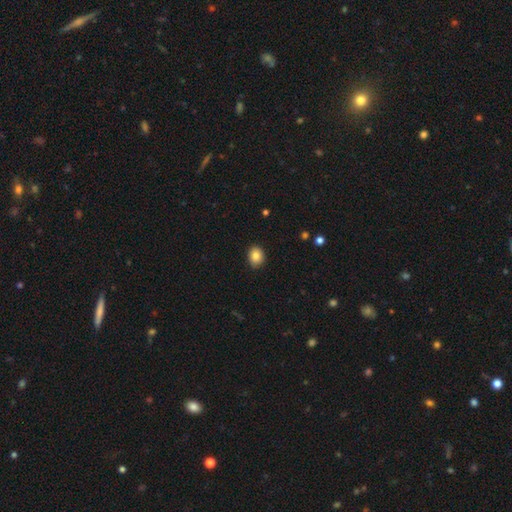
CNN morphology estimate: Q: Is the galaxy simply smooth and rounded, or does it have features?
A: smooth — 85%.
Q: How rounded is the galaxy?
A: round — 52%.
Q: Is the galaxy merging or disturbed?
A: none — 89%.